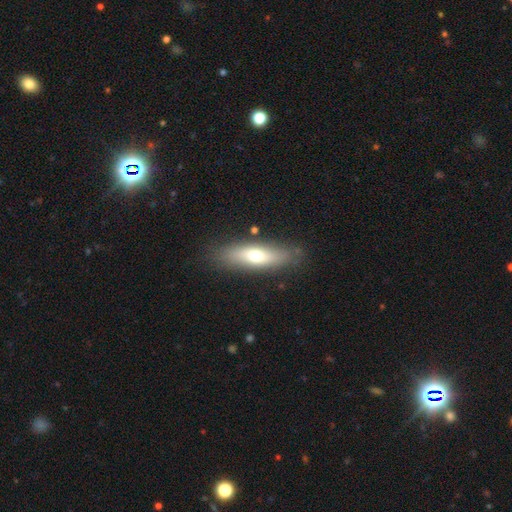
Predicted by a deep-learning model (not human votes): A smooth galaxy with no disk features (61%) that is cigar-shaped (51%).

Vote fractions:
- Smooth or featured? smooth: 61% / featured or disk: 32% / star or artifact: 7%
- How rounded? cigar-shaped: 51% / in between: 46% / round: 3%
- Merging? none: 83% / minor disturbance: 11% / major disturbance: 3% / merger: 2%